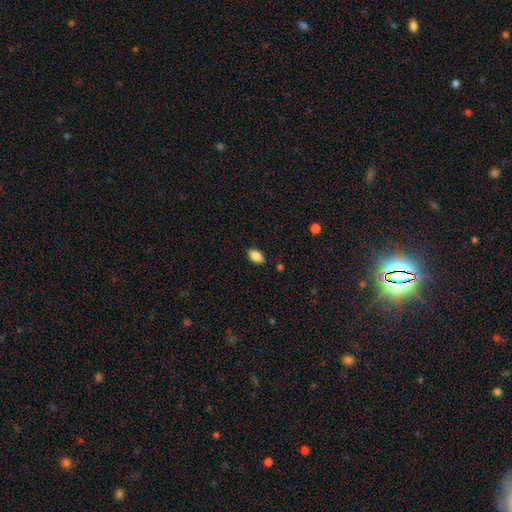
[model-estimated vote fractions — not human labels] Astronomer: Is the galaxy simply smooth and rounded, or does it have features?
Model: smooth — 86%.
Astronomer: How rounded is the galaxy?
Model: in between — 92%.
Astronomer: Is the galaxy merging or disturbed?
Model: none — 86%.